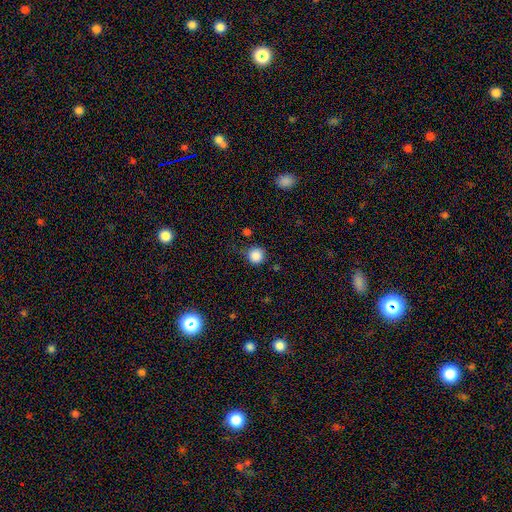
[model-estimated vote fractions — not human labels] The model was most divided on "merging": none: 73%, minor disturbance: 19%, major disturbance: 6%, merger: 3%. More confident: how rounded — round (94%); smooth or featured — smooth (86%).